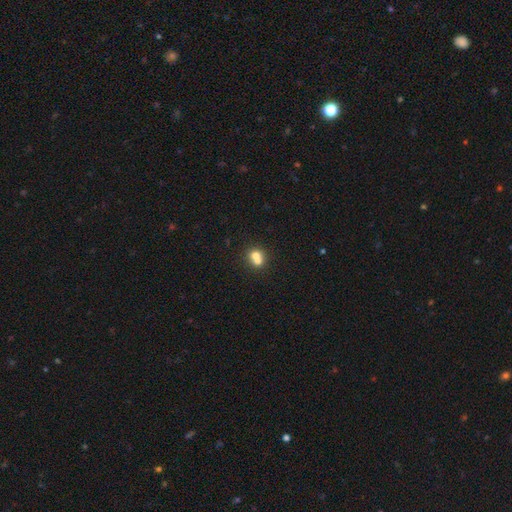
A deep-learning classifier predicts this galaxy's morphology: A smooth galaxy with no disk features (70%) that is round (80%).

Vote fractions:
- Smooth or featured? smooth: 70% / featured or disk: 19% / star or artifact: 12%
- How rounded? round: 80% / in between: 19% / cigar-shaped: 1%
- Merging? merger: 60% / none: 32% / minor disturbance: 5% / major disturbance: 2%